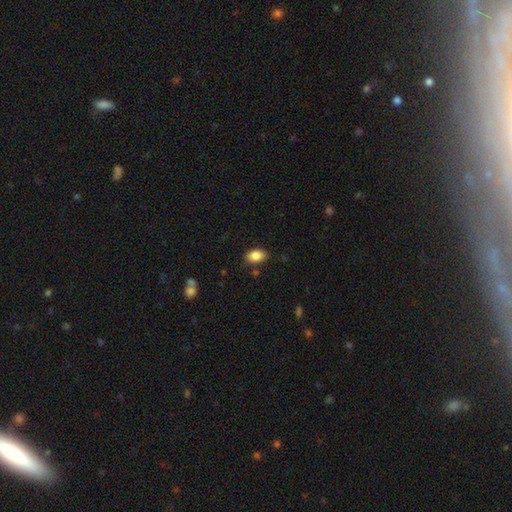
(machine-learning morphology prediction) A smooth galaxy with no disk features (85%) that is in between round and cigar-shaped (88%).

Vote fractions:
- Smooth or featured? smooth: 85% / star or artifact: 8% / featured or disk: 7%
- How rounded? in between: 88% / round: 11% / cigar-shaped: 1%
- Merging? none: 83% / minor disturbance: 13% / major disturbance: 3% / merger: 2%